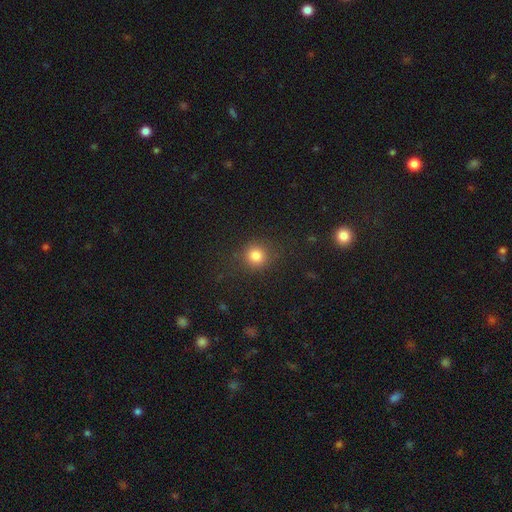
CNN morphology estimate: Smooth or featured: smooth — 82% (star or artifact — 13%)
How rounded: round — 88% (in between — 10%)
Merging: none — 83% (minor disturbance — 10%)